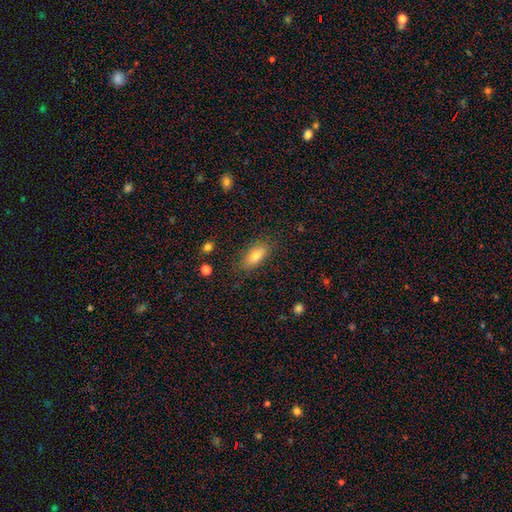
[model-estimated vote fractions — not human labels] A smooth galaxy with no disk features (76%) that is in between round and cigar-shaped (80%). Merging: none (83%).